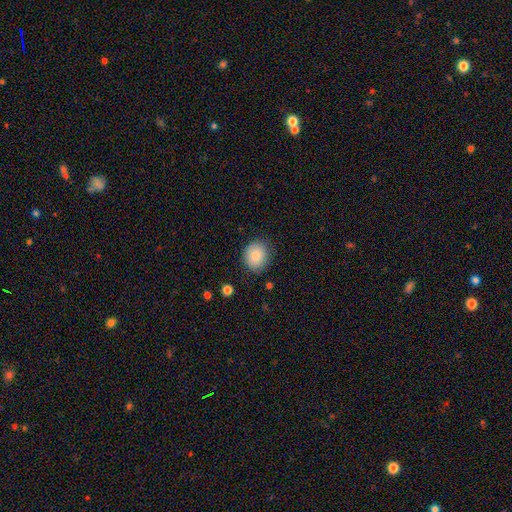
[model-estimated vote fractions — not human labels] Q: Smooth or featured?
A: smooth (85%); runner-up: star or artifact (8%)
Q: How rounded?
A: round (68%); runner-up: in between (31%)
Q: Merging?
A: none (81%); runner-up: minor disturbance (14%)